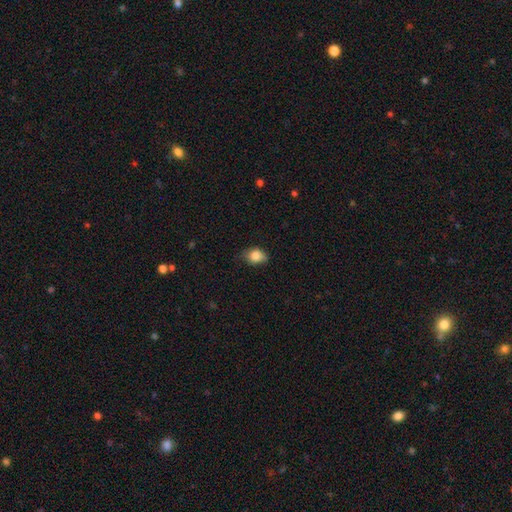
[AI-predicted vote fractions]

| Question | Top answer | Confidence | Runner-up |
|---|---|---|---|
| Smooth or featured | smooth | 83% | star or artifact (9%) |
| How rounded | in between | 60% | round (39%) |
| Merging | none | 61% | minor disturbance (31%) |